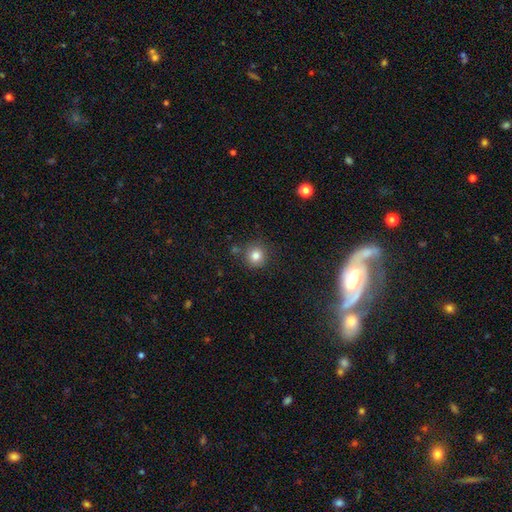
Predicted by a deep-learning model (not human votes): Smooth or featured? Predicted: smooth (p=0.81). How rounded? Predicted: round (p=0.92). Merging? Predicted: none (p=0.82).